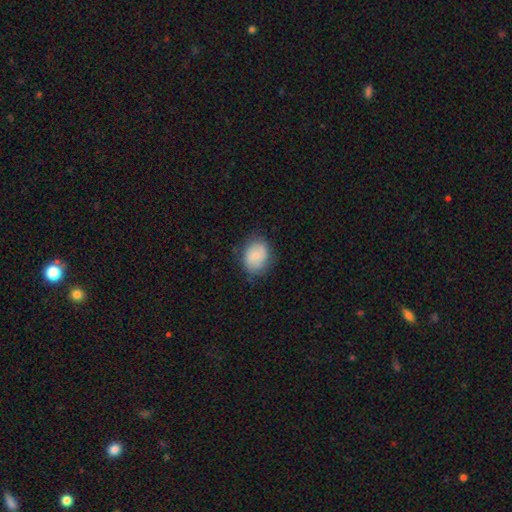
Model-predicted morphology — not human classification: The model was most divided on "how rounded": round: 51%, in between: 48%, cigar-shaped: 1%. More confident: merging — none (74%); smooth or featured — smooth (72%).